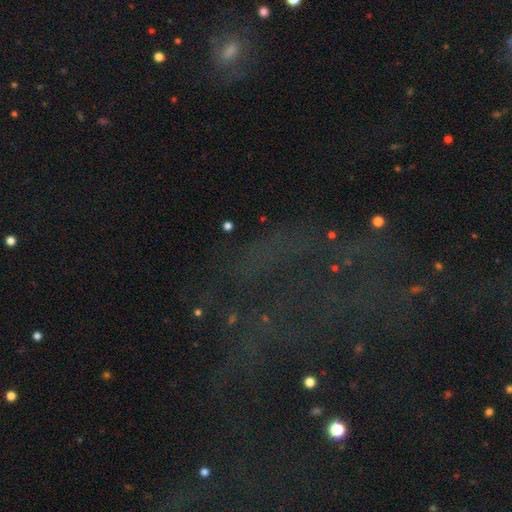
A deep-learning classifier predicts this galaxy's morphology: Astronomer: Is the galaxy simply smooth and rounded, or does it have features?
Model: star or artifact — 69%.